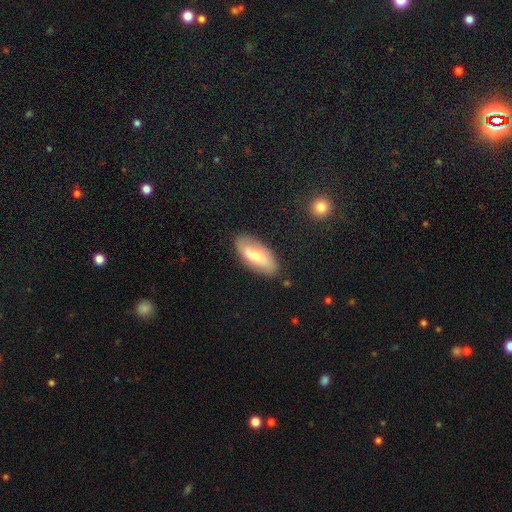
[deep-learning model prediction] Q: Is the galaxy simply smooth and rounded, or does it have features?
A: smooth — 53%.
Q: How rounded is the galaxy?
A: in between — 87%.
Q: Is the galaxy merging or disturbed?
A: none — 81%.